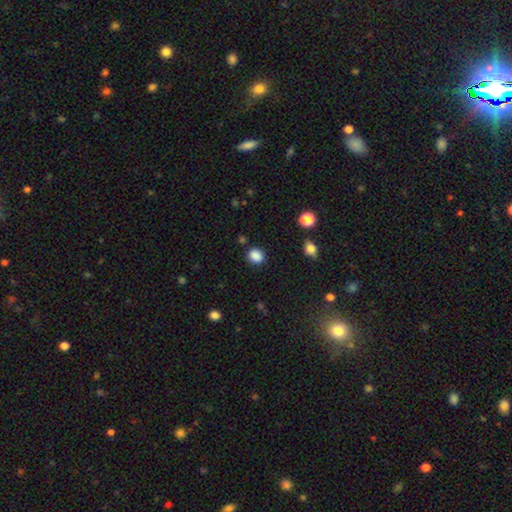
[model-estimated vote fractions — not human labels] Morphology: type=smooth (87%); roundness=round (59%); merging=none (84%).